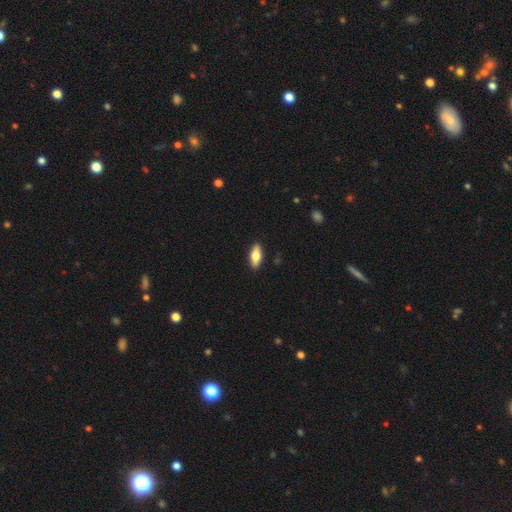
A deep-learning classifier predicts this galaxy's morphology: Smooth or featured? smooth (67%)
How rounded? in between (73%)
Merging? none (89%)